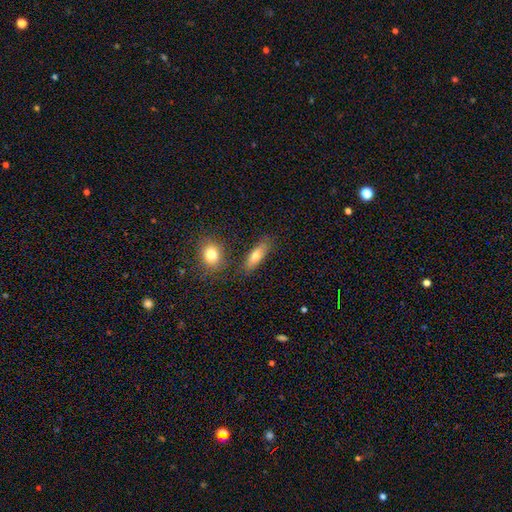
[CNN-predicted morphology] Smooth or featured?
  - smooth: 74% *
  - featured or disk: 18%
  - star or artifact: 9%
How rounded?
  - in between: 60% *
  - cigar-shaped: 35%
  - round: 5%
Merging?
  - none: 77% *
  - minor disturbance: 13%
  - merger: 6%
  - major disturbance: 4%